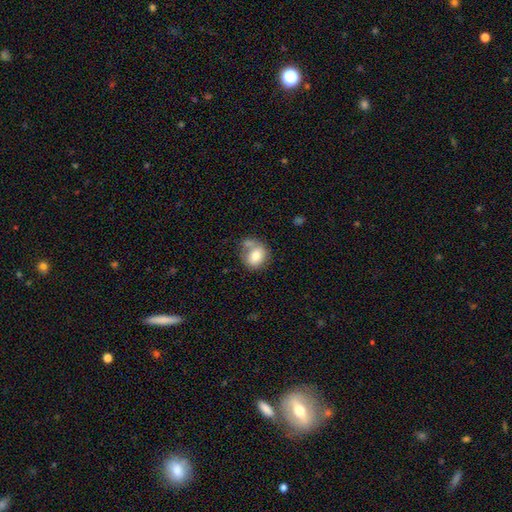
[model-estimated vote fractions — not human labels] A smooth galaxy with no disk features (75%) that is round (61%). Merging: none (42%).